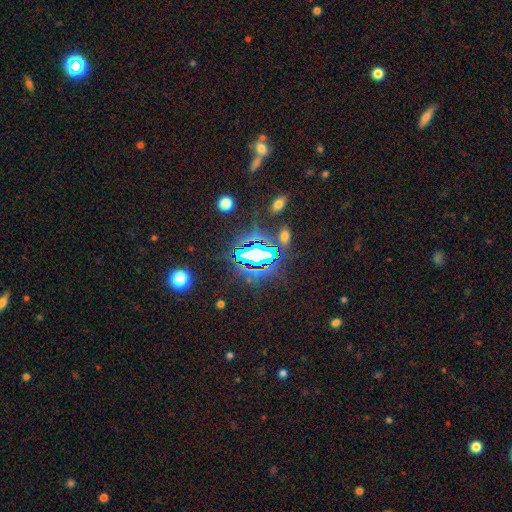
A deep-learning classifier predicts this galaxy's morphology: Smooth or featured: star or artifact — 68% (smooth — 18%)